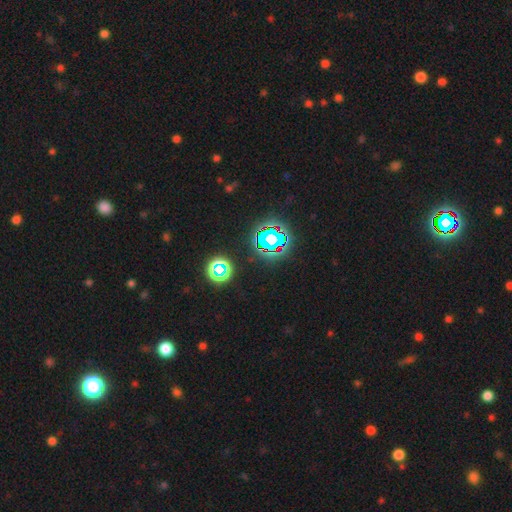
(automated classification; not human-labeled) Overall: star or artifact (78%).